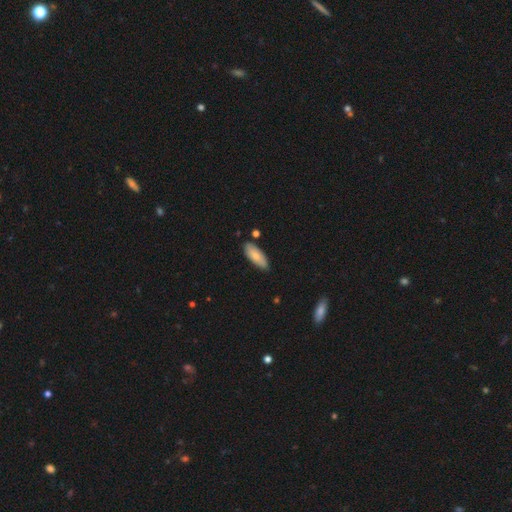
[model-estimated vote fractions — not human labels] This appears to be a smooth galaxy with no disk features (80%) that is in between round and cigar-shaped (76%). Merging: none (80%).